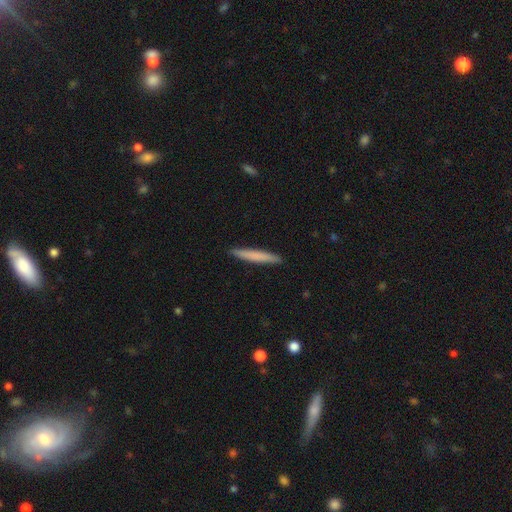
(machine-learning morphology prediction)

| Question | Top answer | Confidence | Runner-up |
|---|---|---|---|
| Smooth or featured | smooth | 74% | featured or disk (21%) |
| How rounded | cigar-shaped | 96% | in between (3%) |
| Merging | none | 92% | minor disturbance (6%) |